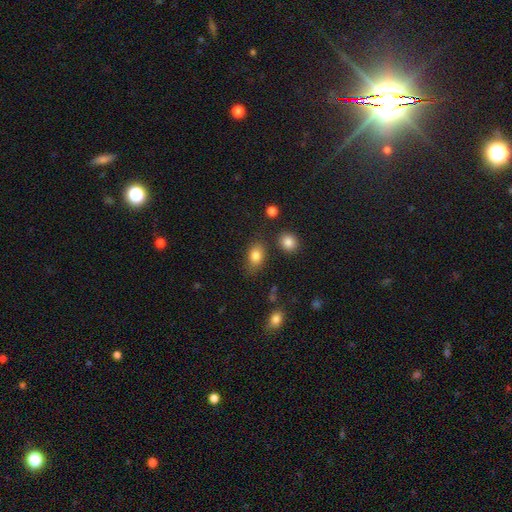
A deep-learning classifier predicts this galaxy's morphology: A smooth galaxy with no disk features (83%) that is in between round and cigar-shaped (81%). Merging: none (75%).